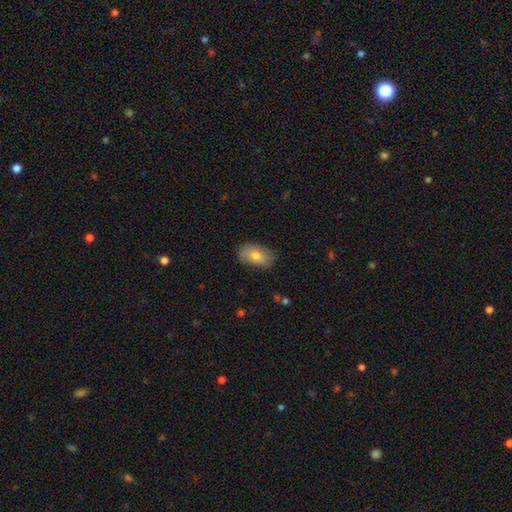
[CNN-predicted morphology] Smooth or featured?
  - smooth: 73% *
  - featured or disk: 19%
  - star or artifact: 7%
How rounded?
  - in between: 91% *
  - round: 6%
  - cigar-shaped: 2%
Merging?
  - none: 79% *
  - minor disturbance: 17%
  - major disturbance: 3%
  - merger: 1%